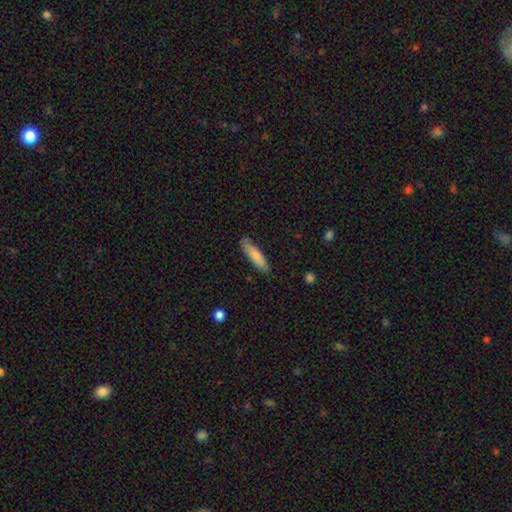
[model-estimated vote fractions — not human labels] smooth-or-featured: smooth: 79% | featured or disk: 15% | star or artifact: 6%
  how-rounded: cigar-shaped: 70% | in between: 29% | round: 1%
  merging: none: 83% | minor disturbance: 13% | major disturbance: 2% | merger: 1%